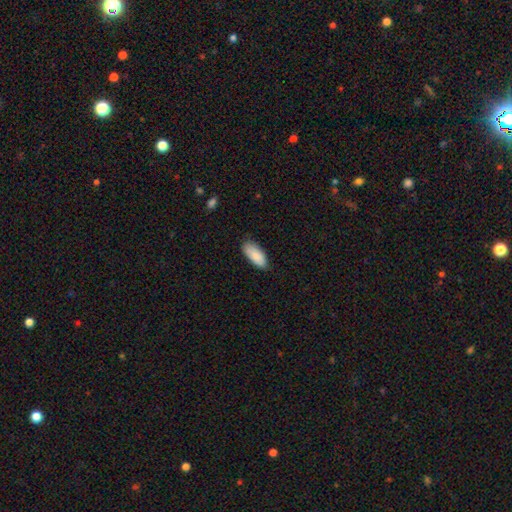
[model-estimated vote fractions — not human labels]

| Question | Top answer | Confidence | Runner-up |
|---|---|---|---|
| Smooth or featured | smooth | 89% | star or artifact (6%) |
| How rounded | in between | 86% | cigar-shaped (12%) |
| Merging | none | 79% | minor disturbance (17%) |